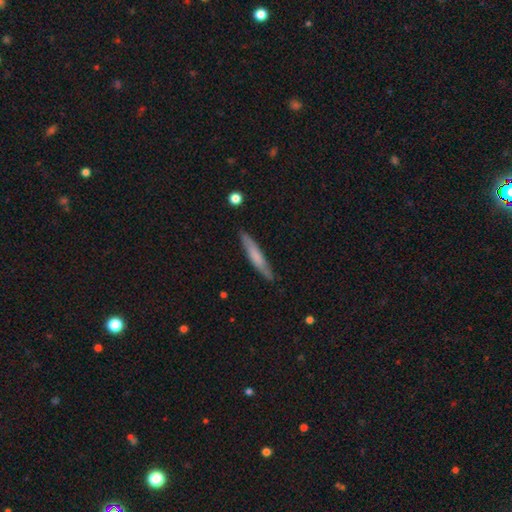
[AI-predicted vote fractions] Q: Smooth or featured?
A: smooth (60%); runner-up: featured or disk (34%)
Q: How rounded?
A: cigar-shaped (92%); runner-up: in between (7%)
Q: Merging?
A: none (85%); runner-up: minor disturbance (11%)